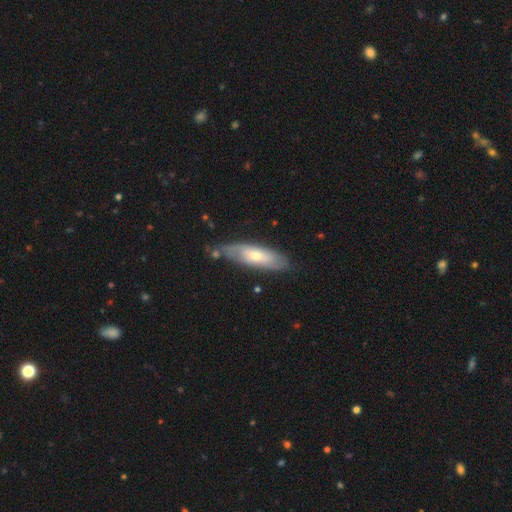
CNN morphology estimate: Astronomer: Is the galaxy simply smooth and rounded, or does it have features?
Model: featured or disk — 51% (runner-up: smooth, 43%).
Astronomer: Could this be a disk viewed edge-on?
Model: no — 68%.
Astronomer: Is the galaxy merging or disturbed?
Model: none — 70%.